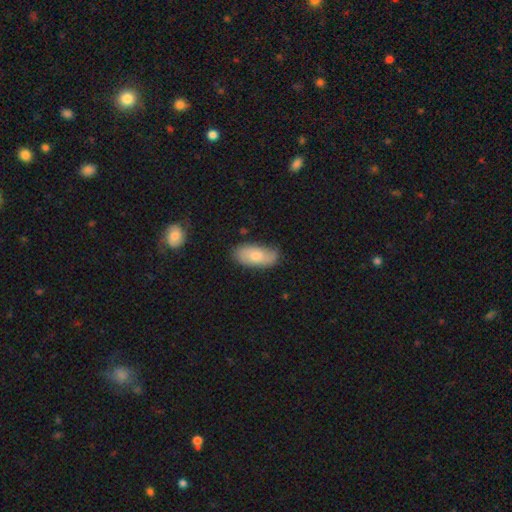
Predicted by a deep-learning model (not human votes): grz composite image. It shows a smooth galaxy with no disk features (69%) that is in between round and cigar-shaped (92%). Merging: none (74%).